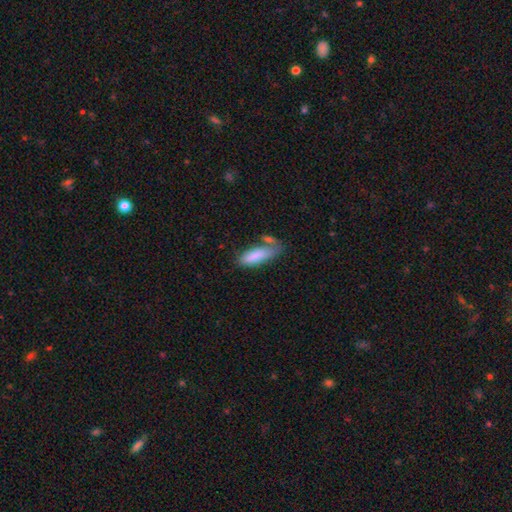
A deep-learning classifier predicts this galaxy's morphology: Smooth or featured: smooth — 83% (featured or disk — 11%)
How rounded: in between — 59% (cigar-shaped — 39%)
Merging: none — 49% (minor disturbance — 22%)